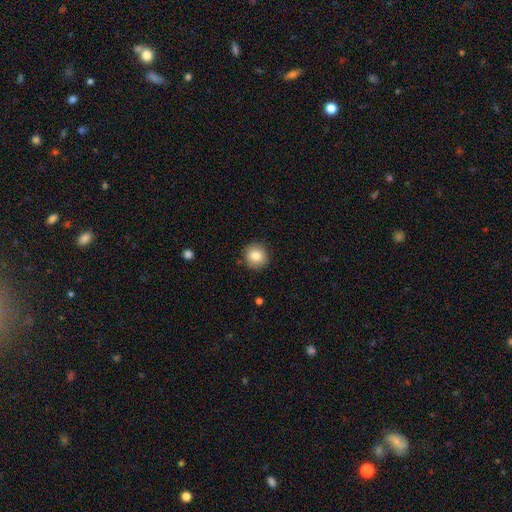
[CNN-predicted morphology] Smooth or featured?
  - smooth: 84% *
  - star or artifact: 9%
  - featured or disk: 7%
How rounded?
  - round: 92% *
  - in between: 7%
  - cigar-shaped: 1%
Merging?
  - none: 89% *
  - minor disturbance: 8%
  - major disturbance: 2%
  - merger: 1%